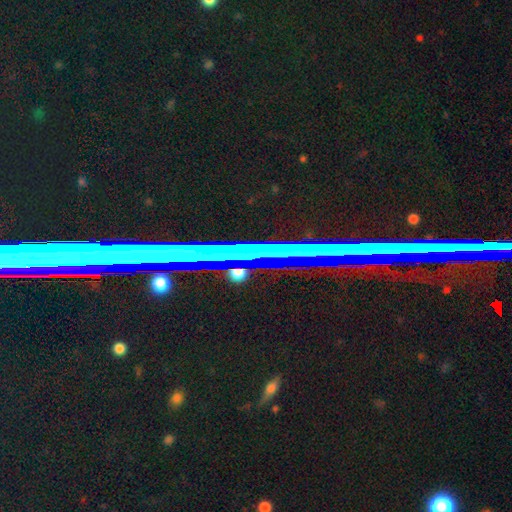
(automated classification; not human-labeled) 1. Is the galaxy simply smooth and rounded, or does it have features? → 60% star or artifact, 26% featured or disk, 15% smooth.